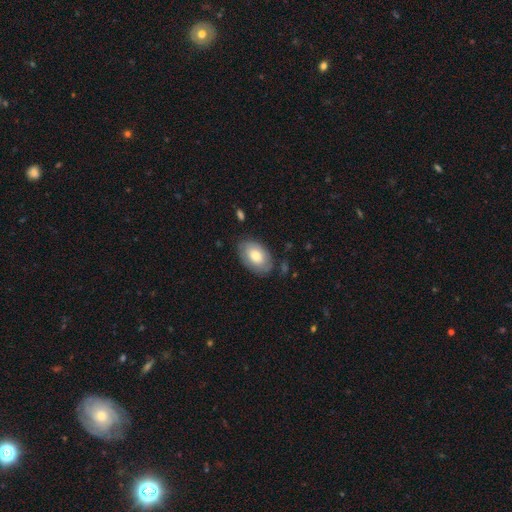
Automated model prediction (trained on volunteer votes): A smooth galaxy with no disk features (74%) that is in between round and cigar-shaped (91%). Merging: none (77%).